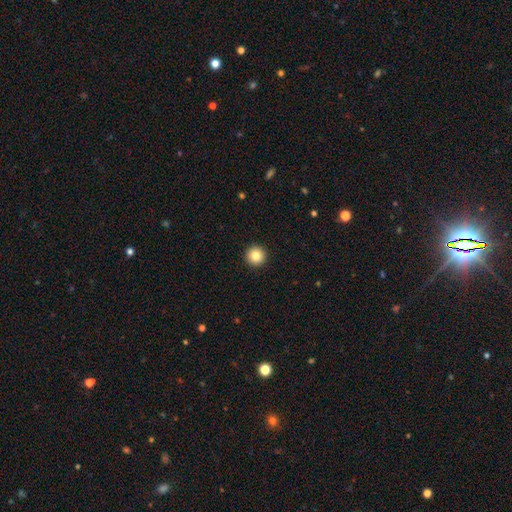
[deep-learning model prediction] smooth 84%, star or artifact 10%, featured or disk 6%. Down the decision tree: how rounded — round (96%); merging — none (94%).